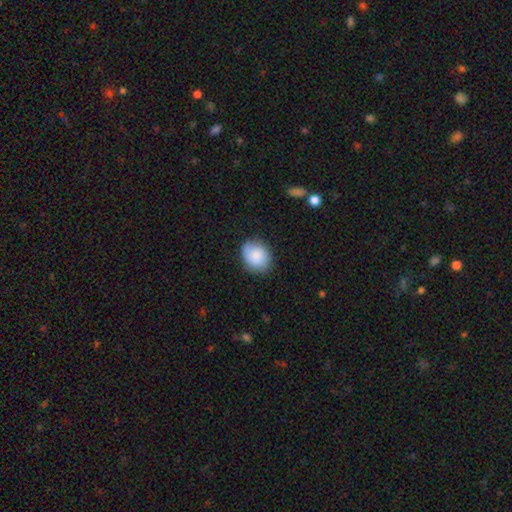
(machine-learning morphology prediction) smooth-or-featured: smooth: 77% | featured or disk: 16% | star or artifact: 7%
  how-rounded: round: 55% | in between: 44% | cigar-shaped: 1%
  merging: none: 79% | minor disturbance: 16% | major disturbance: 4% | merger: 1%